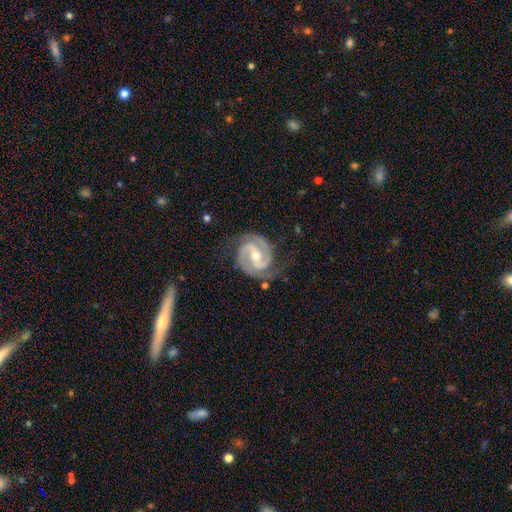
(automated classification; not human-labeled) Morphology: type=featured or disk (93%); edge-on=no (98%); bar=weak (41%); spiral arms=yes (99%); winding=medium (49%); arm count=2 (93%); bulge=moderate (56%); merging=none (77%).